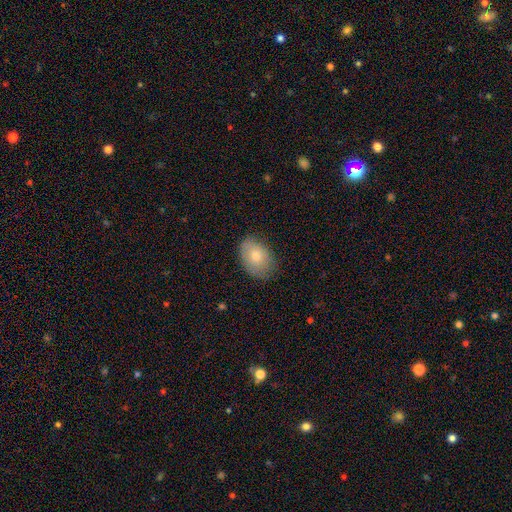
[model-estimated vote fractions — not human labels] Q: Smooth or featured?
A: smooth (75%); runner-up: featured or disk (17%)
Q: How rounded?
A: in between (78%); runner-up: round (21%)
Q: Merging?
A: none (75%); runner-up: minor disturbance (20%)